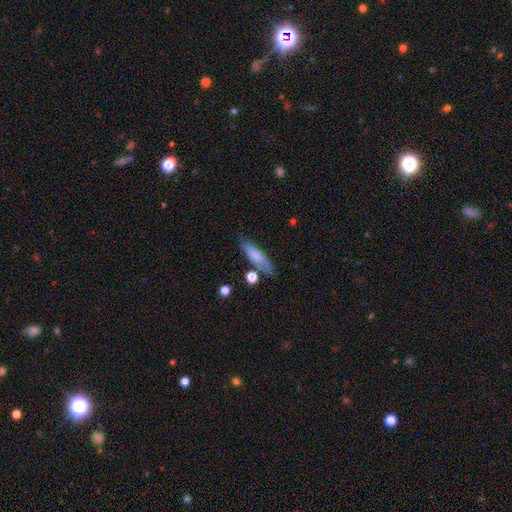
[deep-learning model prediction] smooth-or-featured: smooth: 71% | featured or disk: 22% | star or artifact: 7%
  how-rounded: cigar-shaped: 58% | in between: 39% | round: 3%
  merging: none: 67% | minor disturbance: 19% | merger: 8% | major disturbance: 5%